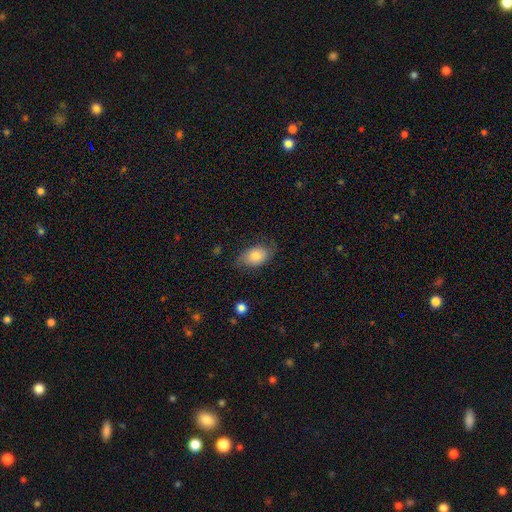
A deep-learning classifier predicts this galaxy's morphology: smooth-or-featured: smooth: 71% | featured or disk: 22% | star or artifact: 7%
  how-rounded: in between: 86% | round: 12% | cigar-shaped: 1%
  merging: none: 66% | minor disturbance: 24% | major disturbance: 9% | merger: 1%